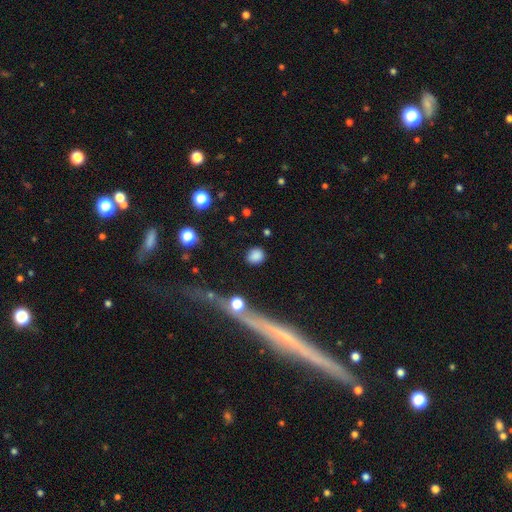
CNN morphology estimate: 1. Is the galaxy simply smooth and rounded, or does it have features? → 83% smooth, 11% star or artifact, 6% featured or disk.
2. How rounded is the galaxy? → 68% round, 29% in between, 2% cigar-shaped.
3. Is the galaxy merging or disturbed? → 84% none, 10% minor disturbance, 4% major disturbance, 3% merger.